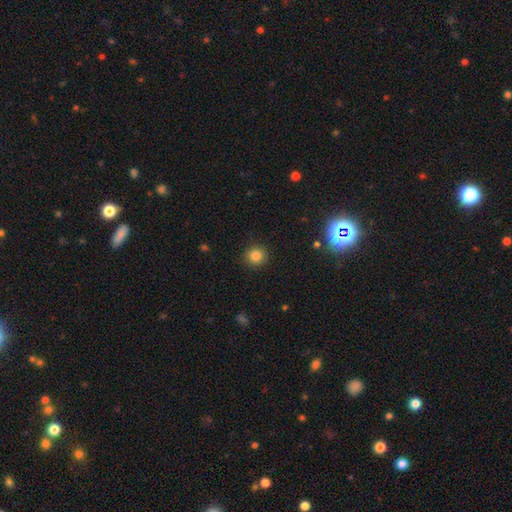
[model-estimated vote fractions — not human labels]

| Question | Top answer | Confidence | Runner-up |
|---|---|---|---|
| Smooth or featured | smooth | 83% | star or artifact (12%) |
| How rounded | round | 93% | in between (6%) |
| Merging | none | 91% | minor disturbance (6%) |